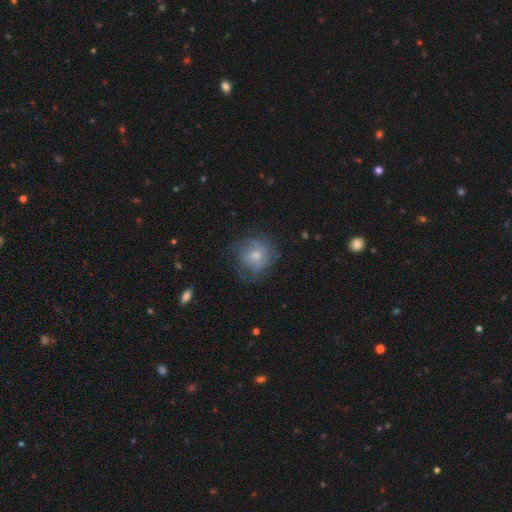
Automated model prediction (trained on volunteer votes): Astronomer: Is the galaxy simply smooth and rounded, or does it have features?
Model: smooth — 46% (runner-up: featured or disk, 45%).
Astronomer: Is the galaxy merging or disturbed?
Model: none — 57%.